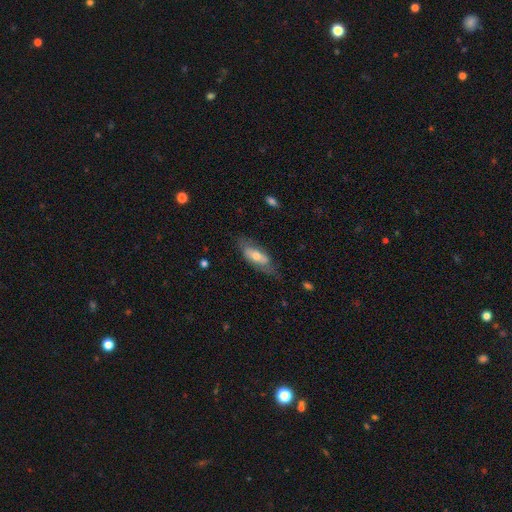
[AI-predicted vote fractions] smooth-or-featured: smooth: 51% | featured or disk: 43% | star or artifact: 6%
  how-rounded: in between: 72% | cigar-shaped: 25% | round: 3%
  merging: none: 63% | minor disturbance: 25% | major disturbance: 10% | merger: 2%